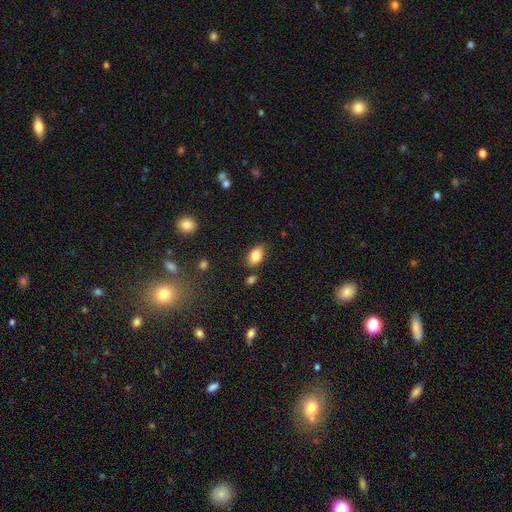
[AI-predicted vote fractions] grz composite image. It shows a smooth galaxy with no disk features (83%) that is in between round and cigar-shaped (88%). Merging: none (79%).